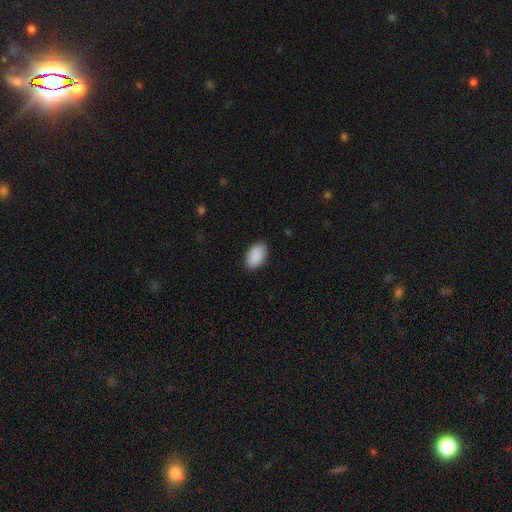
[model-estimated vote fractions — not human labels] A smooth galaxy with no disk features (91%) that is in between round and cigar-shaped (93%).

Vote fractions:
- Smooth or featured? smooth: 91% / star or artifact: 6% / featured or disk: 3%
- How rounded? in between: 93% / round: 5% / cigar-shaped: 1%
- Merging? none: 87% / minor disturbance: 10% / major disturbance: 2% / merger: 1%